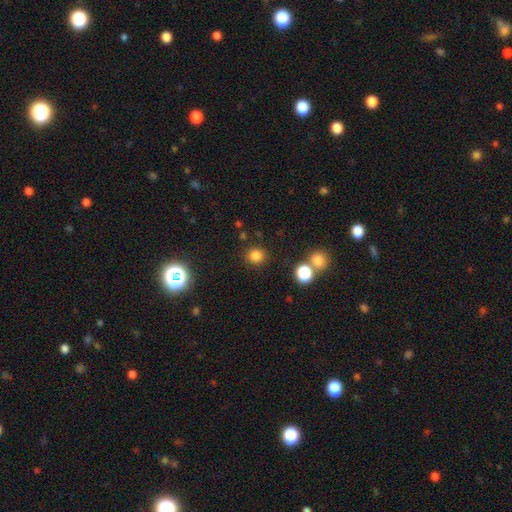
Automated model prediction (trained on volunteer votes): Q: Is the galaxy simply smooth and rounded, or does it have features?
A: smooth — 80%.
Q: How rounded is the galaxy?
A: round — 89%.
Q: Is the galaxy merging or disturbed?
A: none — 87%.